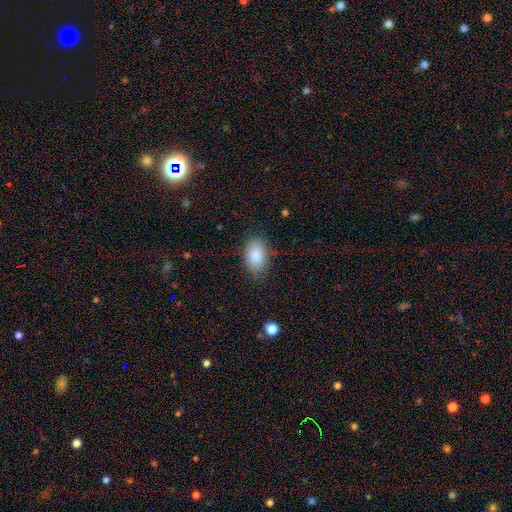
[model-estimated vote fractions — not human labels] Q: Smooth or featured?
A: smooth (84%); runner-up: featured or disk (8%)
Q: How rounded?
A: in between (88%); runner-up: round (10%)
Q: Merging?
A: none (82%); runner-up: minor disturbance (14%)